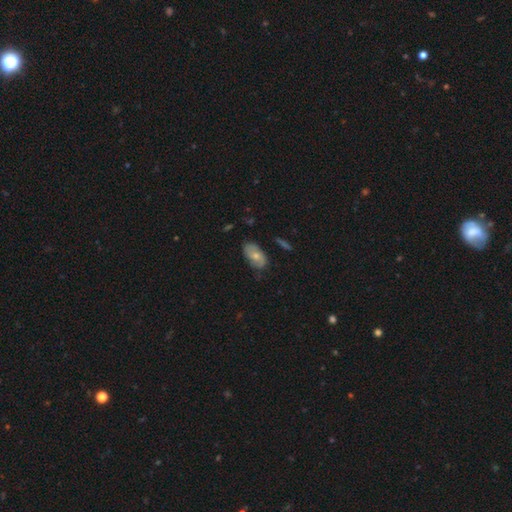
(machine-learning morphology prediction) type=smooth (54%); roundness=in between (91%); merging=none (71%).